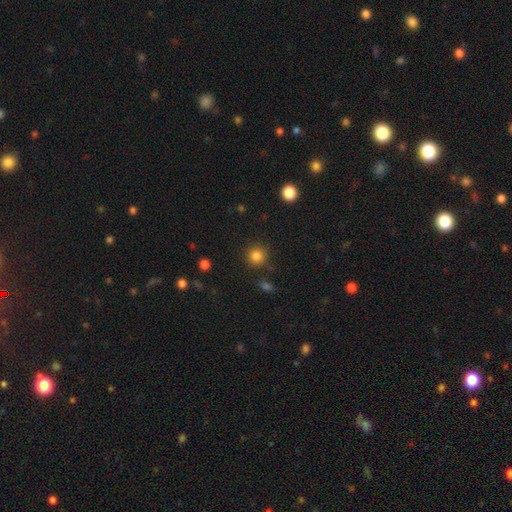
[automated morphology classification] Smooth or featured? Predicted: smooth (p=0.83). How rounded? Predicted: round (p=0.93). Merging? Predicted: none (p=0.87).